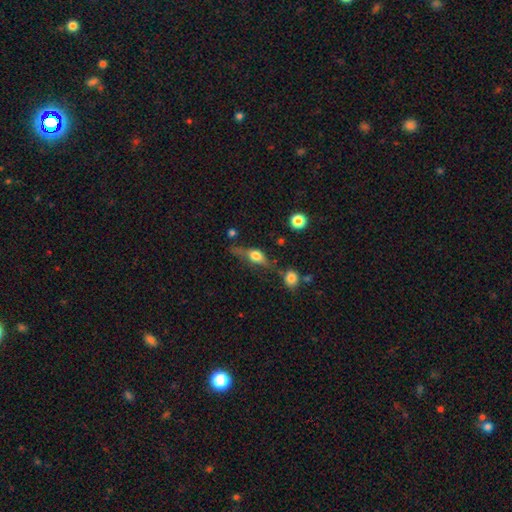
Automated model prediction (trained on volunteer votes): Smooth or featured?
  - smooth: 51% *
  - featured or disk: 39%
  - star or artifact: 10%
How rounded?
  - in between: 57% *
  - cigar-shaped: 29%
  - round: 14%
Merging?
  - none: 52% *
  - minor disturbance: 25%
  - major disturbance: 14%
  - merger: 9%